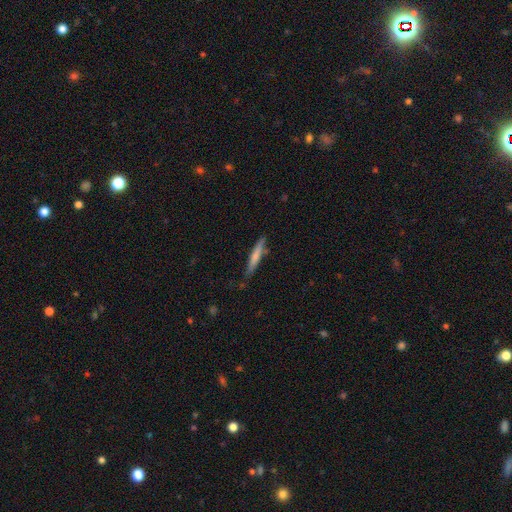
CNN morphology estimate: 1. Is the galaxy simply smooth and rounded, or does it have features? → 67% smooth, 27% featured or disk, 6% star or artifact.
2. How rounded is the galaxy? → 93% cigar-shaped, 6% in between, 1% round.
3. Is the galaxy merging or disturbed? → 77% none, 17% minor disturbance, 3% merger, 3% major disturbance.